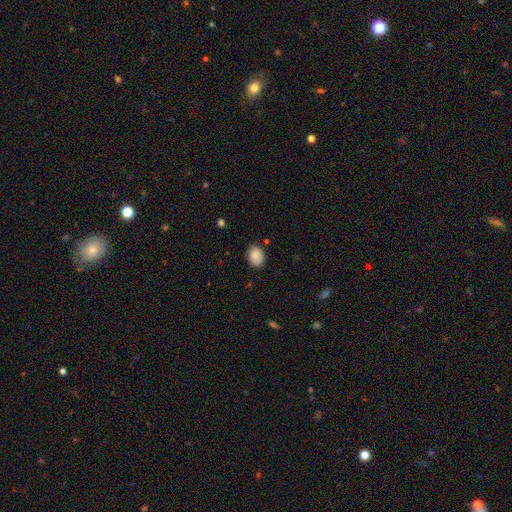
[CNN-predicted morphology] This is clearly a smooth galaxy (88%). How rounded: likely in between (70%). Merging: clearly none (82%).